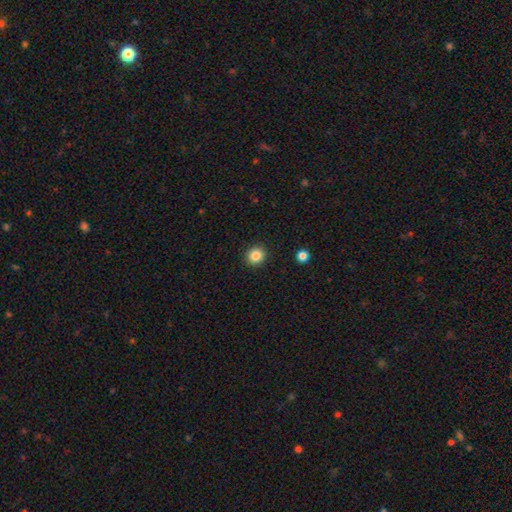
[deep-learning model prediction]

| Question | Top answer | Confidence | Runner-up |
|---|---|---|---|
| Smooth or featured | smooth | 85% | star or artifact (11%) |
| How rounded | round | 90% | in between (9%) |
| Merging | none | 92% | minor disturbance (5%) |